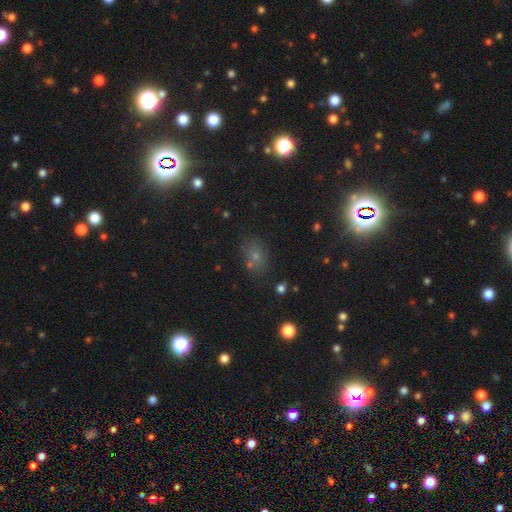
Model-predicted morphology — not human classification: type=star or artifact (45%).